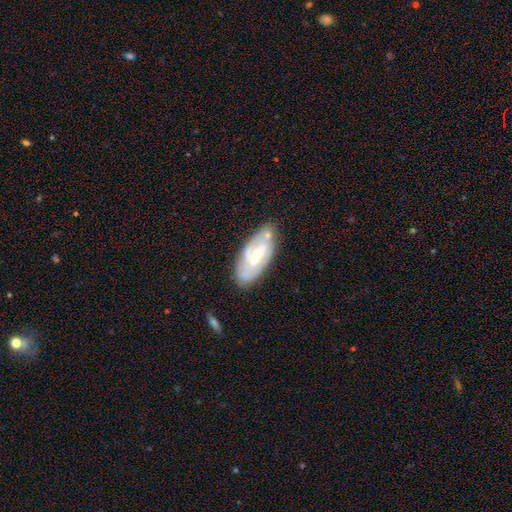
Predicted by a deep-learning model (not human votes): Smooth or featured? featured or disk (74%)
Edge-on disk? no (92%)
Bar? weak (52%)
Spiral arms? yes (87%)
Spiral winding? tight (47%)
Spiral arm count? 2 (60%)
Bulge size? small (56%)
Merging? none (73%)